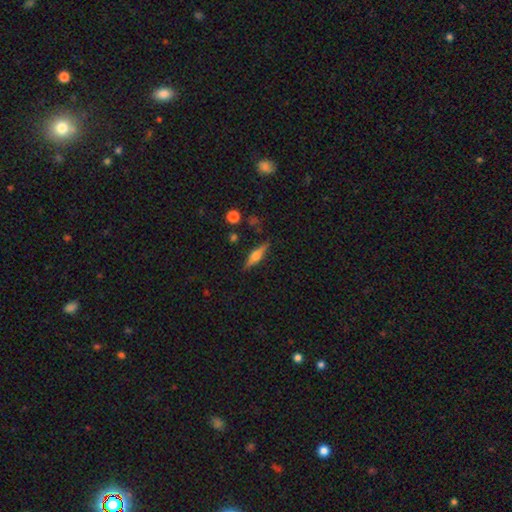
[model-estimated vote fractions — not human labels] Q: Smooth or featured?
A: featured or disk (63%); runner-up: smooth (29%)
Q: Edge-on disk?
A: yes (96%); runner-up: no (4%)
Q: Edge-on bulge?
A: rounded (88%); runner-up: boxy (9%)
Q: Merging?
A: none (88%); runner-up: minor disturbance (9%)